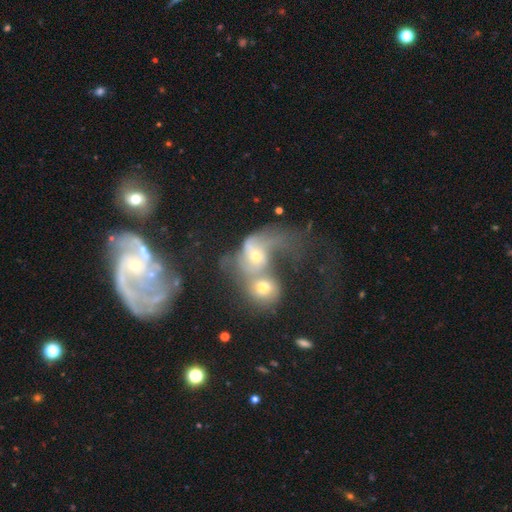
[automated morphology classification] featured or disk 64%, smooth 25%, star or artifact 12%. Down the decision tree: edge-on disk — no (96%); bar — no (65%); spiral arms — yes (79%); bulge size — small (46%); merging — merger (66%).